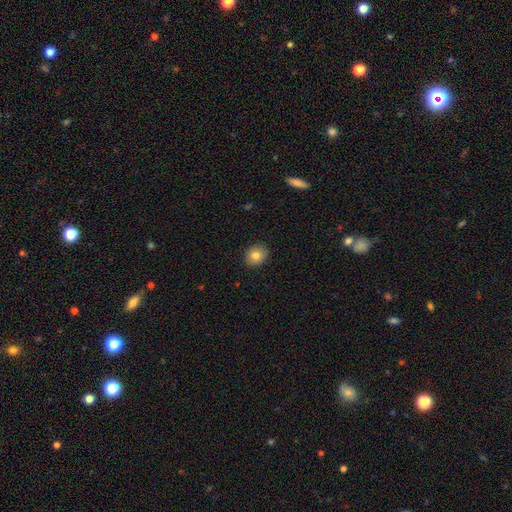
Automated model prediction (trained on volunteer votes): smooth 80%, featured or disk 10%, star or artifact 10%. Down the decision tree: how rounded — round (62%); merging — none (90%).